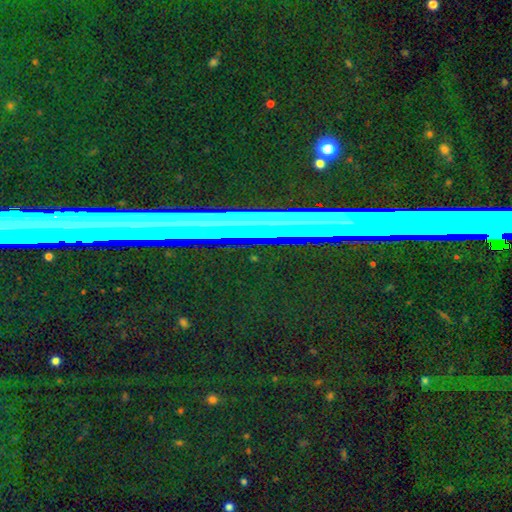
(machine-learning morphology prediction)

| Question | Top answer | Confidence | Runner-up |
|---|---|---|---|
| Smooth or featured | star or artifact | 69% | featured or disk (16%) |